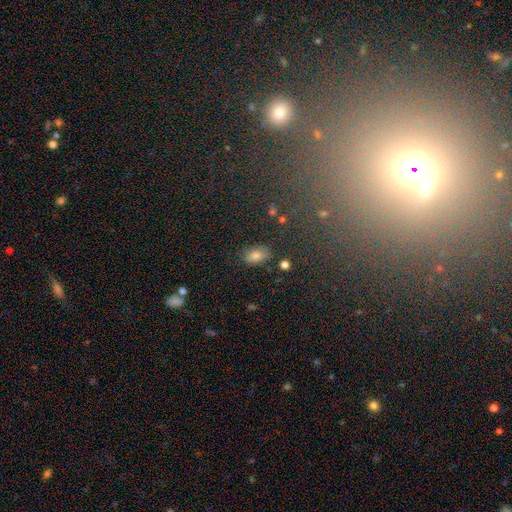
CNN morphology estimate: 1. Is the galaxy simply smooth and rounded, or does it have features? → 77% smooth, 12% star or artifact, 11% featured or disk.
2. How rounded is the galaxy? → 88% in between, 10% round, 2% cigar-shaped.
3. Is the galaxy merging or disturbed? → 76% none, 17% minor disturbance, 4% major disturbance, 3% merger.